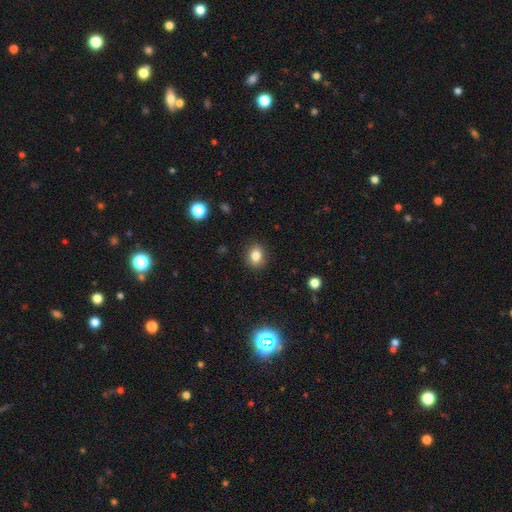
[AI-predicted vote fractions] The model was most divided on "how rounded": round: 56%, in between: 43%, cigar-shaped: 1%. More confident: merging — none (88%); smooth or featured — smooth (82%).